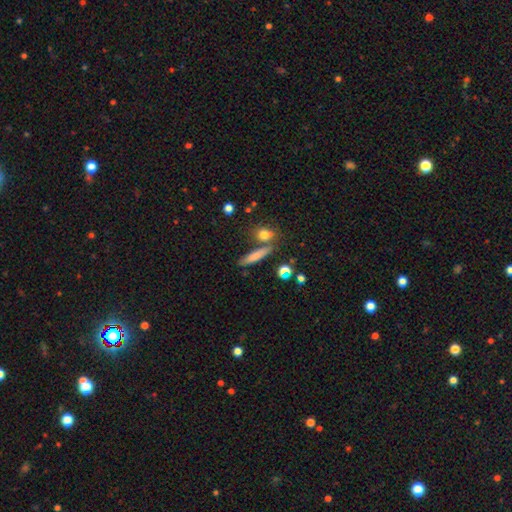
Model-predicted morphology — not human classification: This appears to be a smooth galaxy with no disk features (73%) that is cigar-shaped (76%). Merging: none (73%).